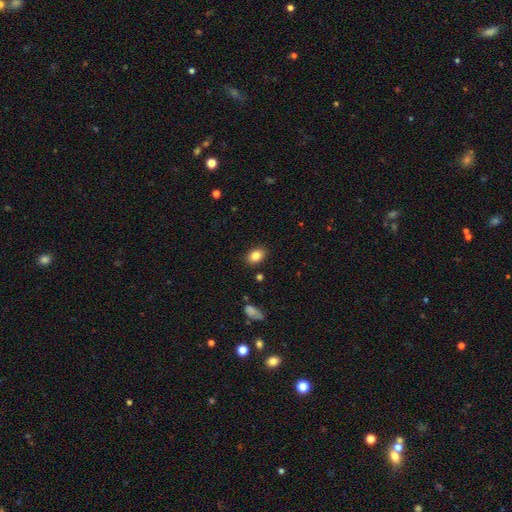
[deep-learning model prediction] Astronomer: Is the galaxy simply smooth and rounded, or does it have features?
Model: smooth — 84%.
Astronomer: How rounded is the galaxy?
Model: in between — 78%.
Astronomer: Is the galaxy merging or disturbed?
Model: none — 87%.